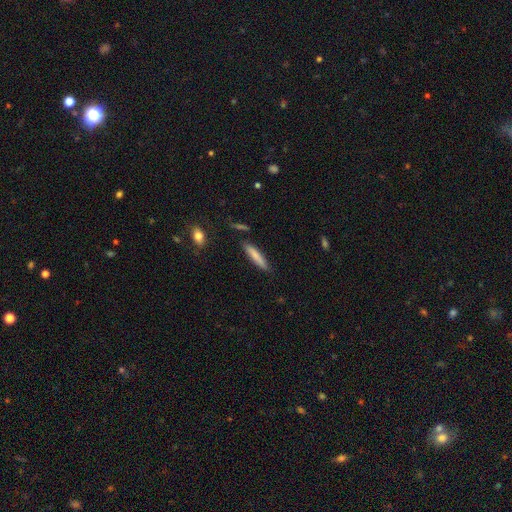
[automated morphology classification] This is likely a smooth galaxy (78%). How rounded: clearly cigar-shaped (89%). Merging: clearly none (84%).